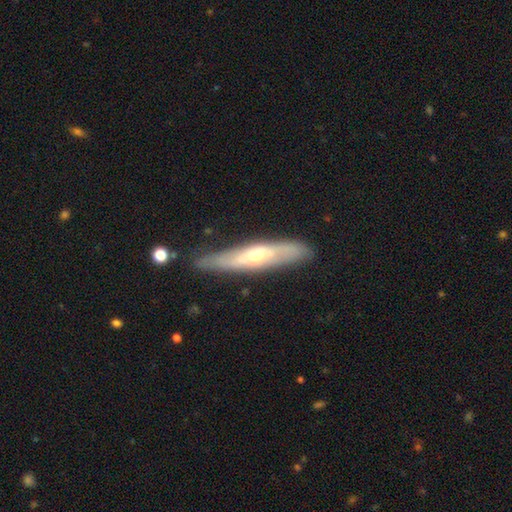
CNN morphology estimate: Smooth or featured? Predicted: featured or disk (p=0.63). Edge-on disk? Predicted: yes (p=0.68). Merging? Predicted: none (p=0.78).